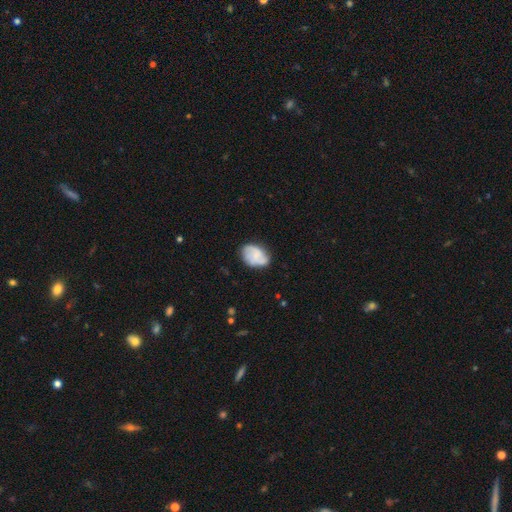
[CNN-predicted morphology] A smooth galaxy with no disk features (54%) that is in between round and cigar-shaped (80%). Merging: none (61%).